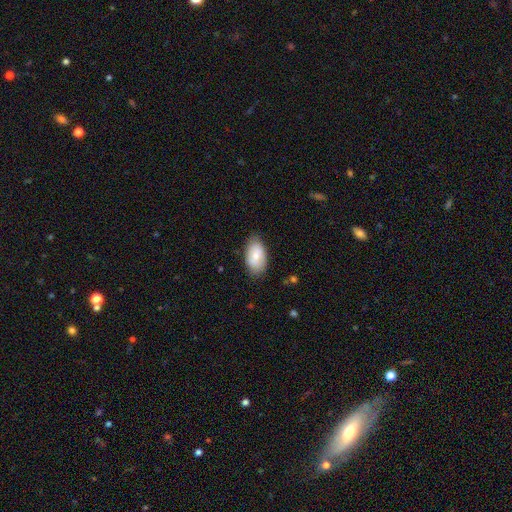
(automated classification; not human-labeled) Smooth or featured? Predicted: smooth (p=0.77). How rounded? Predicted: in between (p=0.94). Merging? Predicted: none (p=0.80).